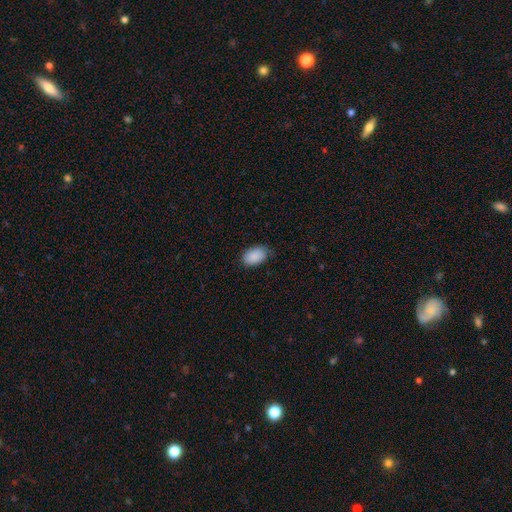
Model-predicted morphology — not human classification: smooth_or_featured: smooth (p=0.89) [alt: star or artifact p=0.07]
how_rounded: in between (p=0.89) [alt: round p=0.10]
merging: none (p=0.73) [alt: minor disturbance p=0.22]